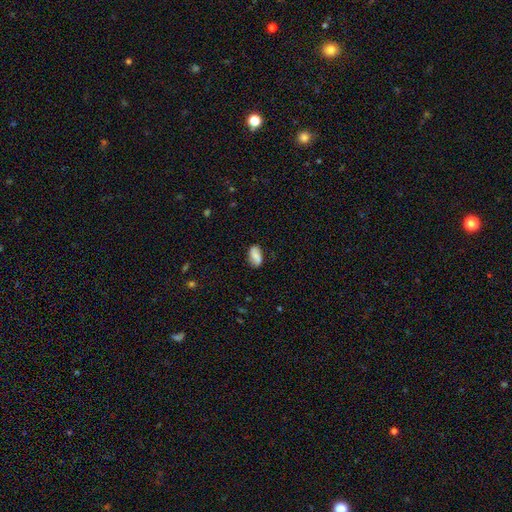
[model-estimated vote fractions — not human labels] Overall: smooth (79%). How rounded: in between (91%). Merging: none (77%).